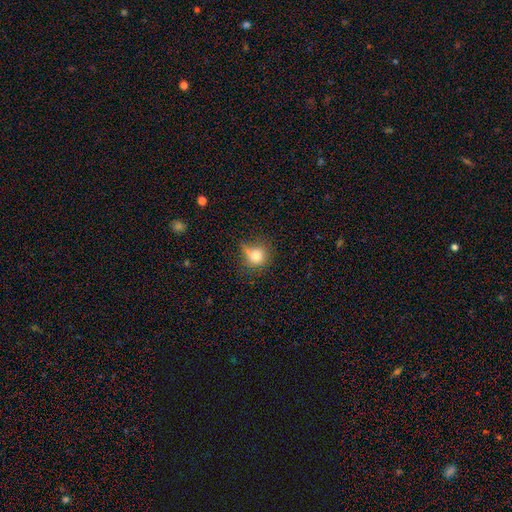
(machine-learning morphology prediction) Q: Smooth or featured?
A: smooth (77%); runner-up: featured or disk (12%)
Q: How rounded?
A: round (81%); runner-up: in between (18%)
Q: Merging?
A: none (47%); runner-up: minor disturbance (29%)